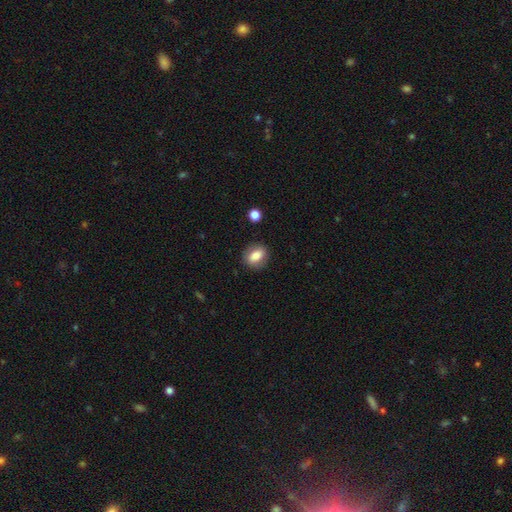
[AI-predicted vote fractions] smooth-or-featured: smooth: 80% | featured or disk: 12% | star or artifact: 8%
  how-rounded: in between: 68% | round: 30% | cigar-shaped: 2%
  merging: none: 83% | minor disturbance: 12% | major disturbance: 4% | merger: 1%